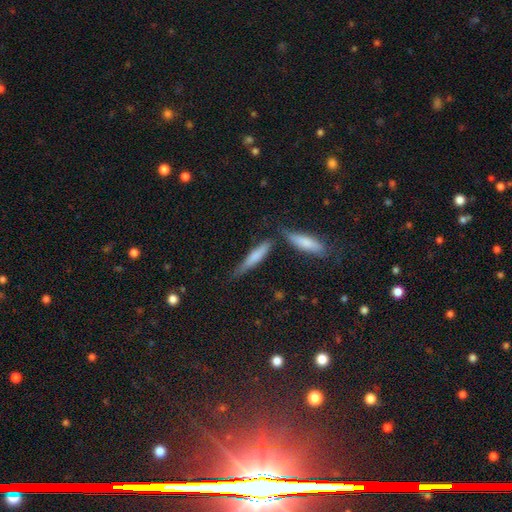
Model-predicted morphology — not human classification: This appears to be a smooth galaxy with no disk features (70%) that is cigar-shaped (87%). Merging: none (64%).